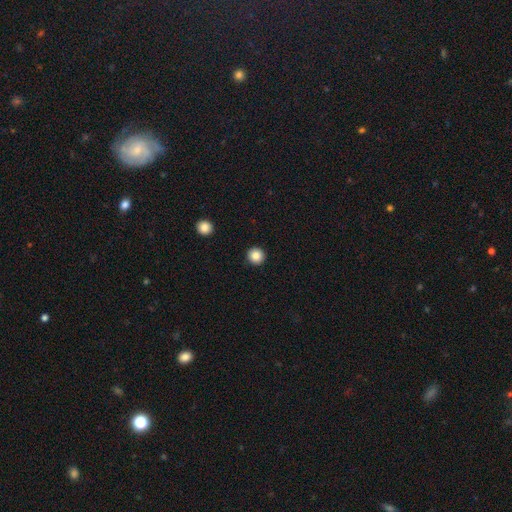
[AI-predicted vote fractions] Smooth or featured? Predicted: smooth (p=0.86). How rounded? Predicted: round (p=0.96). Merging? Predicted: none (p=0.93).